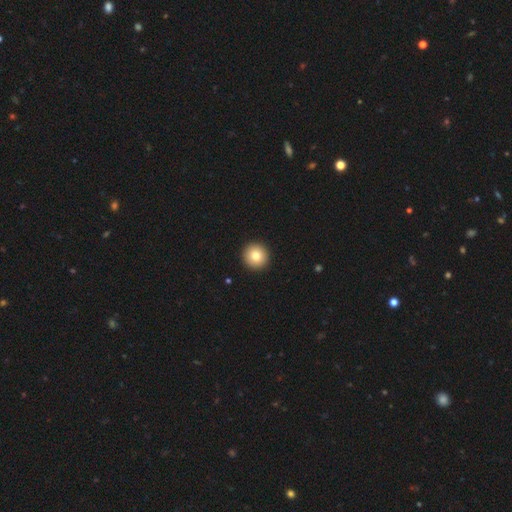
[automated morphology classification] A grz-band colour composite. It shows a smooth galaxy with no disk features (81%) that is round (95%). Merging: none (94%).